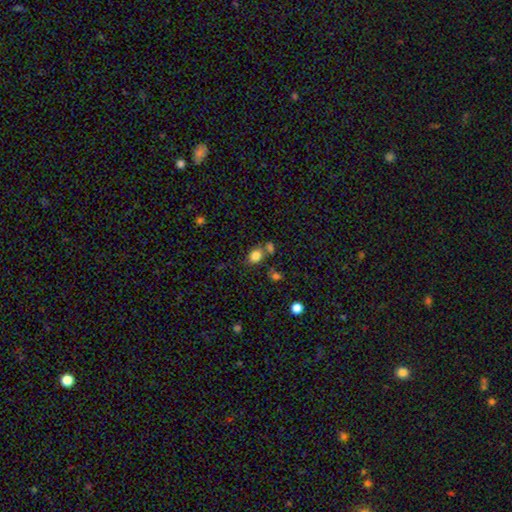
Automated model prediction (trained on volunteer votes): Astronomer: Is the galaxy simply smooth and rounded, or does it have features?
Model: smooth — 82%.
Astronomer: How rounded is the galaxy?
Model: in between — 57% (runner-up: round, 41%).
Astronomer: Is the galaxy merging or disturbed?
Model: none — 63%.